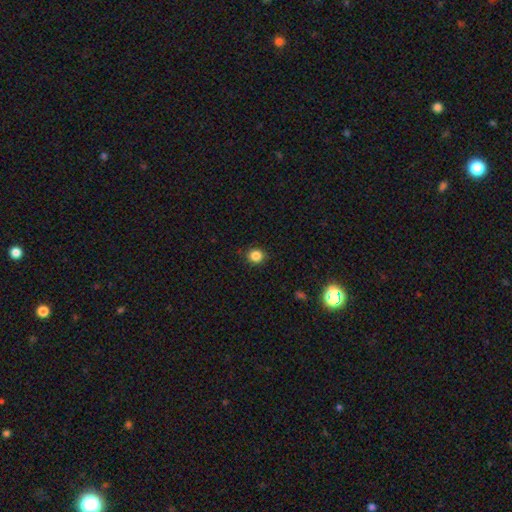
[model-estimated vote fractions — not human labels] Overall: smooth (85%). How rounded: round (86%). Merging: none (89%).